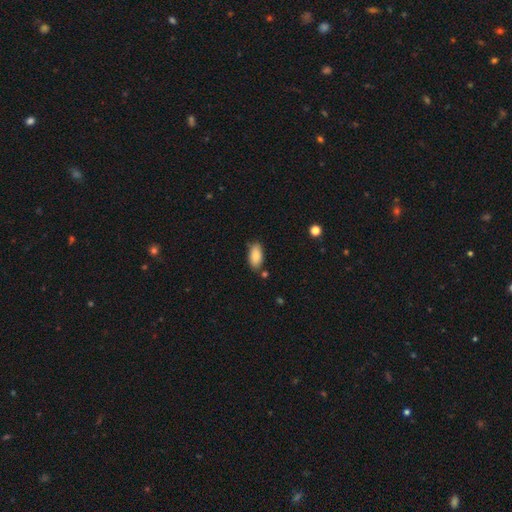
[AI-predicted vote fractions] Smooth or featured? smooth (88%)
How rounded? in between (92%)
Merging? none (78%)